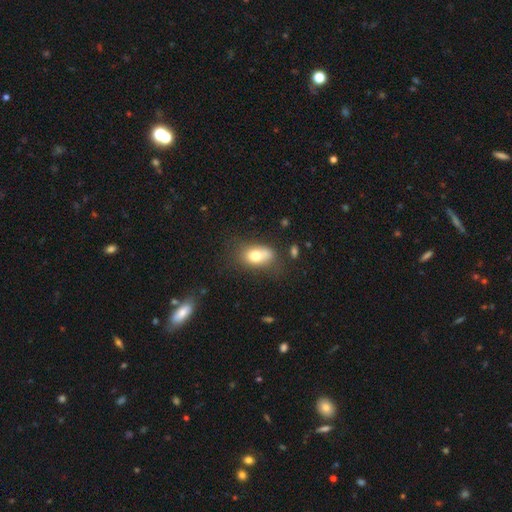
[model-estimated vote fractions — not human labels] This is likely a smooth galaxy (73%). How rounded: clearly in between (81%). Merging: possibly none (56%).